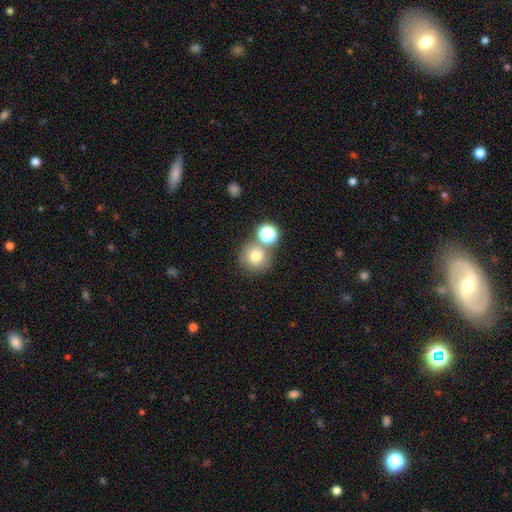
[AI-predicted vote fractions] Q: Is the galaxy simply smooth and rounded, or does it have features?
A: smooth — 74%.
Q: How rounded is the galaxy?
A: round — 89%.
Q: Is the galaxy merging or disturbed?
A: none — 60%.